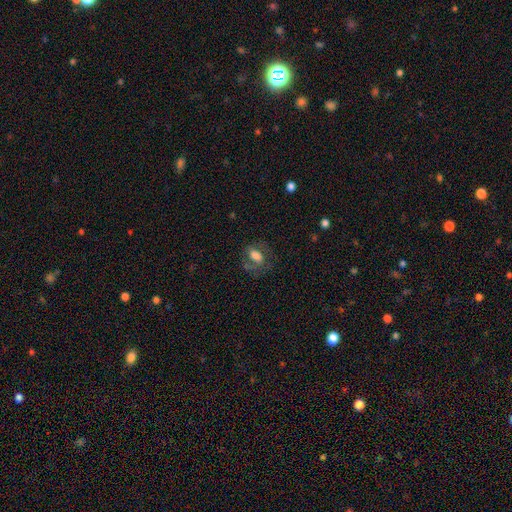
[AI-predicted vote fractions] This appears to be a smooth galaxy with no disk features (58%) that is in between round and cigar-shaped (79%). Merging: none (58%).